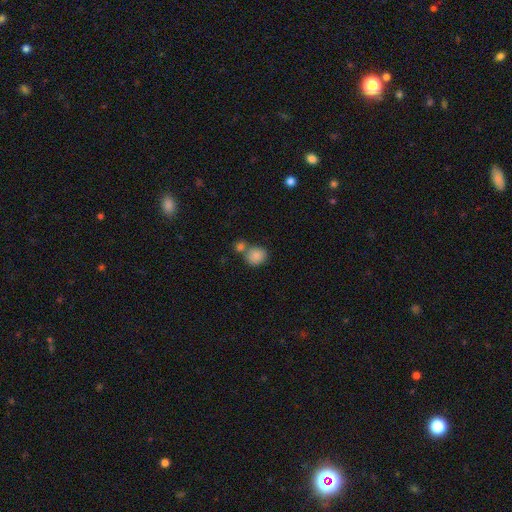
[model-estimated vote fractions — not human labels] The model was most divided on "merging": none: 50%, merger: 35%, minor disturbance: 11%, major disturbance: 4%. More confident: smooth or featured — smooth (86%); how rounded — round (77%).